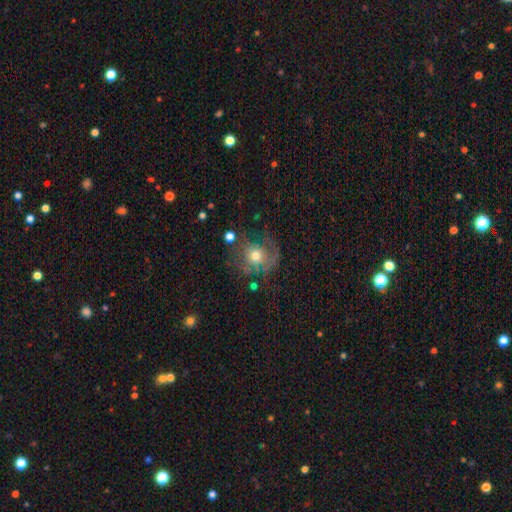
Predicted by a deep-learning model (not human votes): A smooth galaxy with no disk features (45%). Merging: none (50%).